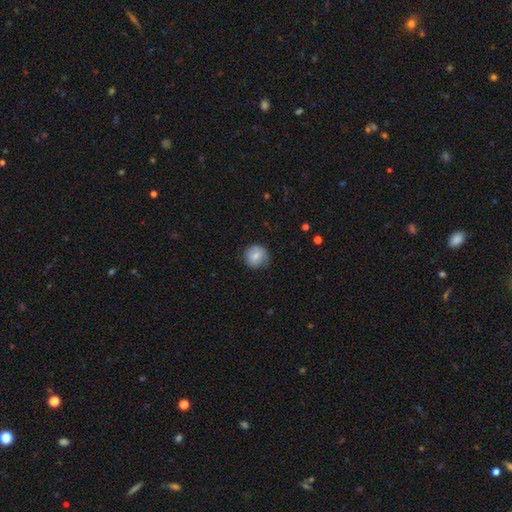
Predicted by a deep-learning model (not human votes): Overall: smooth (79%). How rounded: round (92%). Merging: none (77%).